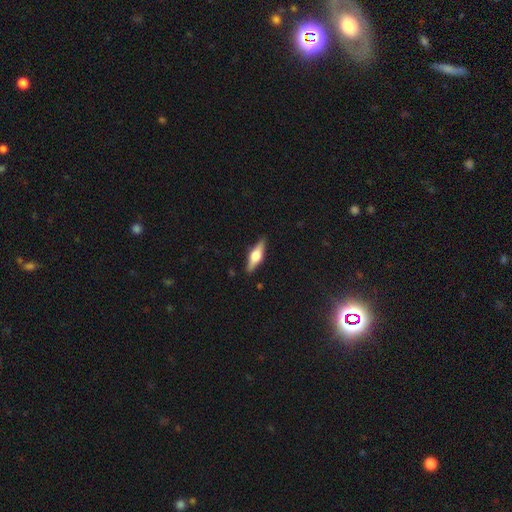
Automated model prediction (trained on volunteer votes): Smooth or featured?
  - featured or disk: 60% *
  - smooth: 34%
  - star or artifact: 6%
Edge-on disk?
  - yes: 95% *
  - no: 5%
Edge-on bulge?
  - rounded: 93% *
  - boxy: 6%
  - none: 2%
Merging?
  - none: 89% *
  - minor disturbance: 8%
  - major disturbance: 2%
  - merger: 1%